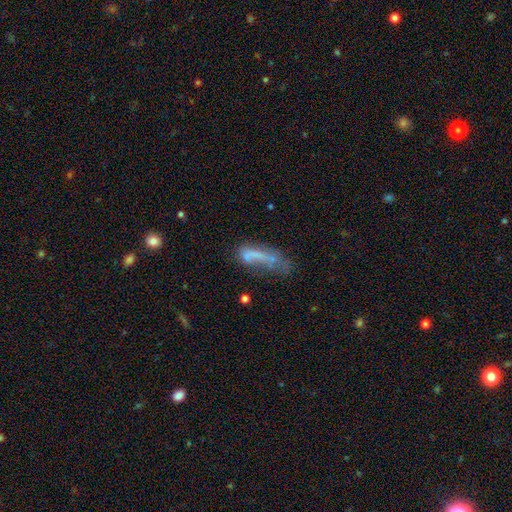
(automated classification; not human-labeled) Smooth or featured: smooth — 53% (featured or disk — 33%)
How rounded: cigar-shaped — 56% (in between — 41%)
Merging: major disturbance — 37% (none — 27%)